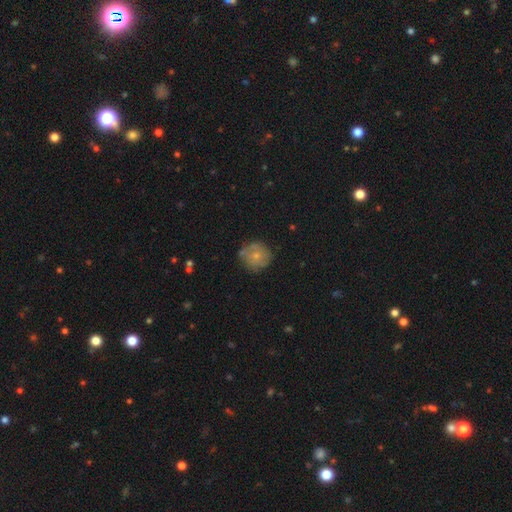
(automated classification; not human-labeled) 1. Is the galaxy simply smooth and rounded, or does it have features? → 59% smooth, 34% featured or disk, 8% star or artifact.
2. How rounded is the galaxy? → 89% round, 10% in between, 1% cigar-shaped.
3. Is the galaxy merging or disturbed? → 68% none, 21% minor disturbance, 6% major disturbance, 4% merger.